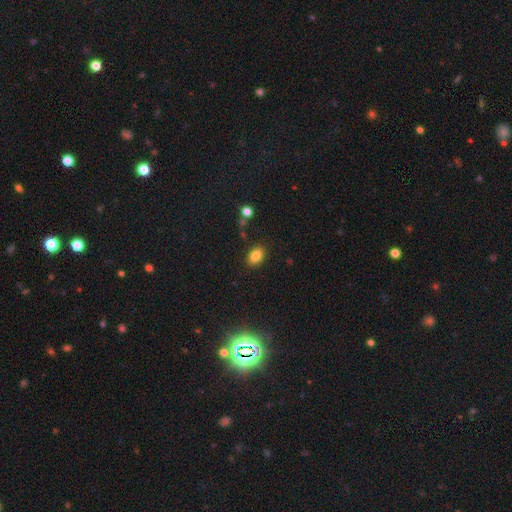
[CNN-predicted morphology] This is clearly a smooth galaxy (83%). How rounded: likely in between (80%). Merging: clearly none (85%).